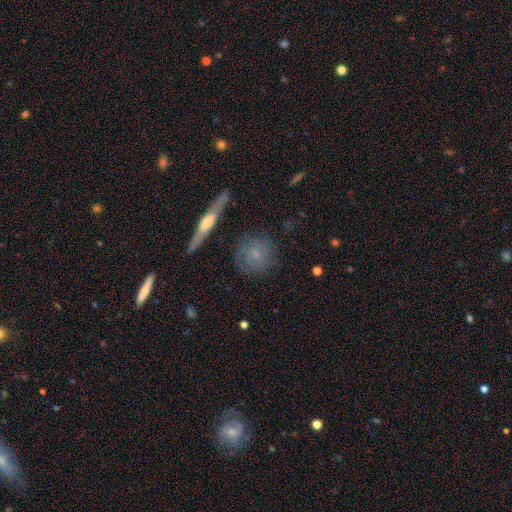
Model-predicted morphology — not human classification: Smooth or featured? Predicted: smooth (p=0.49). Merging? Predicted: none (p=0.81).